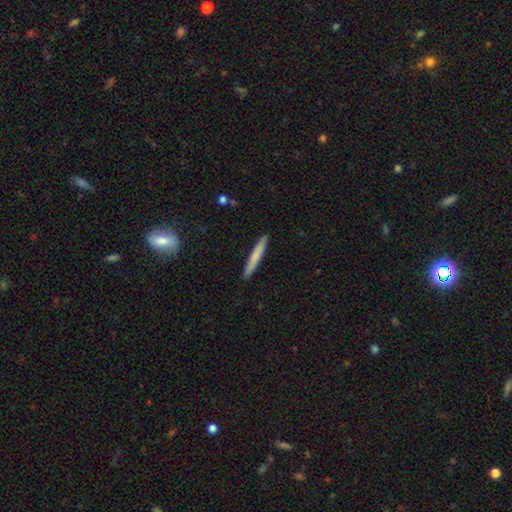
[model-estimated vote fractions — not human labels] Overall: smooth (70%). How rounded: cigar-shaped (96%). Merging: none (92%).